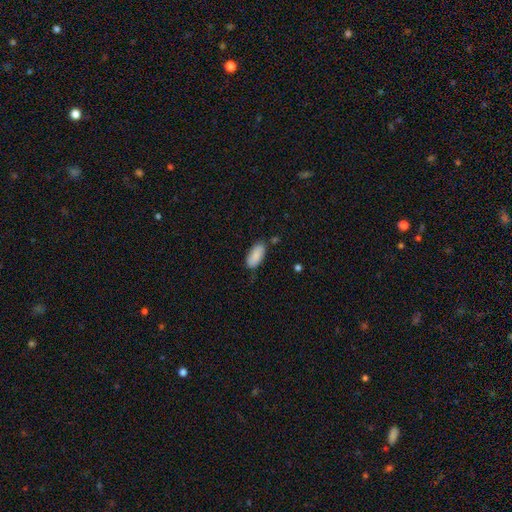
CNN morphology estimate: This appears to be a smooth galaxy with no disk features (87%) that is in between round and cigar-shaped (89%). Merging: none (78%).